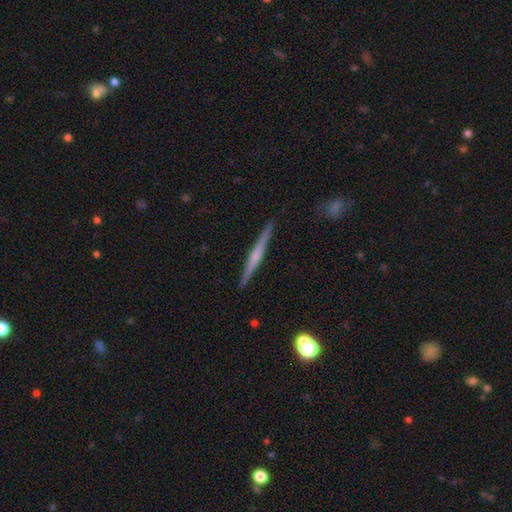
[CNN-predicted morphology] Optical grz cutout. It shows a featured or disk galaxy (66%) viewed edge-on (98%) with a rounded central bulge (49%). Merging: none (91%).